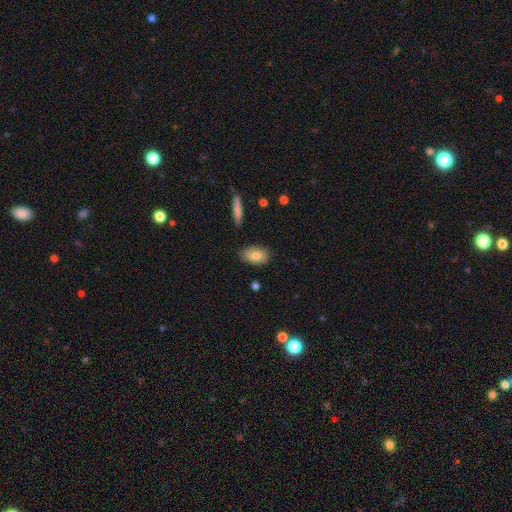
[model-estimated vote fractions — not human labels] Q: Smooth or featured?
A: smooth (76%); runner-up: featured or disk (17%)
Q: How rounded?
A: in between (90%); runner-up: round (7%)
Q: Merging?
A: none (80%); runner-up: minor disturbance (15%)